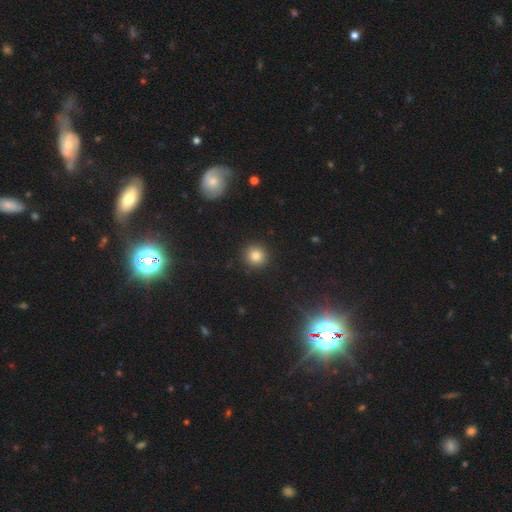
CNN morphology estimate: Smooth or featured? Predicted: smooth (p=0.83). How rounded? Predicted: round (p=0.93). Merging? Predicted: none (p=0.91).